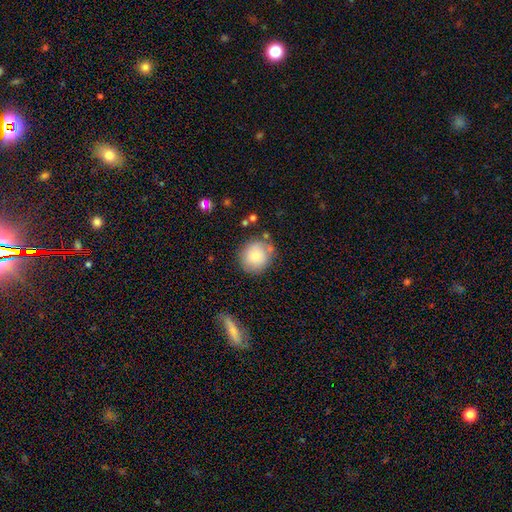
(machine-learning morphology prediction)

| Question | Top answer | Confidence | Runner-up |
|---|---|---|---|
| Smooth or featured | smooth | 80% | featured or disk (12%) |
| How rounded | round | 88% | in between (11%) |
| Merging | none | 75% | minor disturbance (15%) |